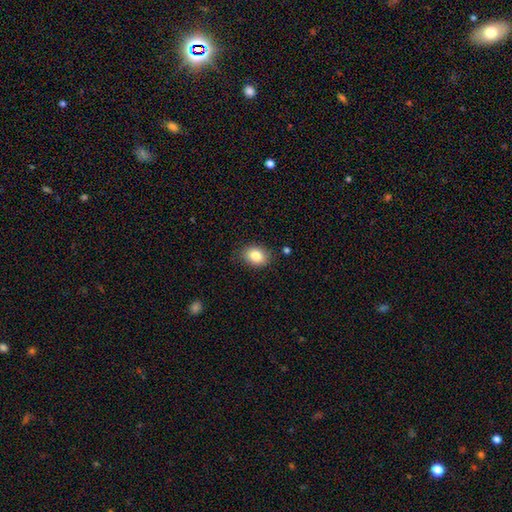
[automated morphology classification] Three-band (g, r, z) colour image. It shows a smooth galaxy with no disk features (83%) that is in between round and cigar-shaped (63%). Merging: none (83%).